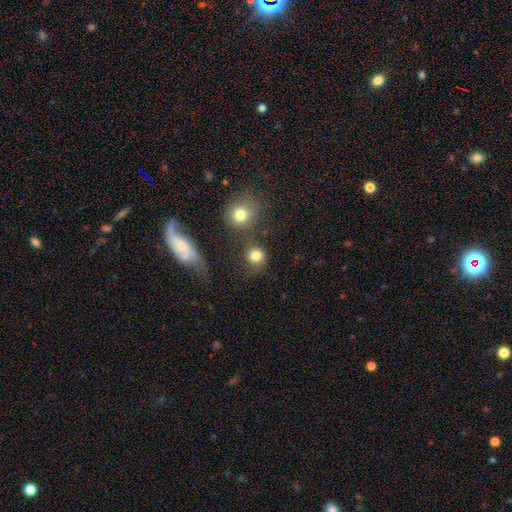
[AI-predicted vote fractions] A smooth galaxy with no disk features (80%) that is round (87%). Merging: none (57%).